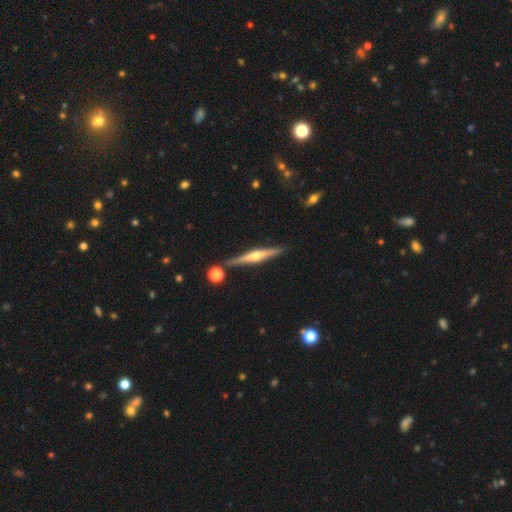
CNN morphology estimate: smooth-or-featured: featured or disk: 75% | smooth: 19% | star or artifact: 6%
  disk-edge-on: yes: 98% | no: 2%
    edge-on-bulge: rounded: 90% | boxy: 5% | none: 5%
  merging: none: 86% | minor disturbance: 8% | merger: 4% | major disturbance: 2%